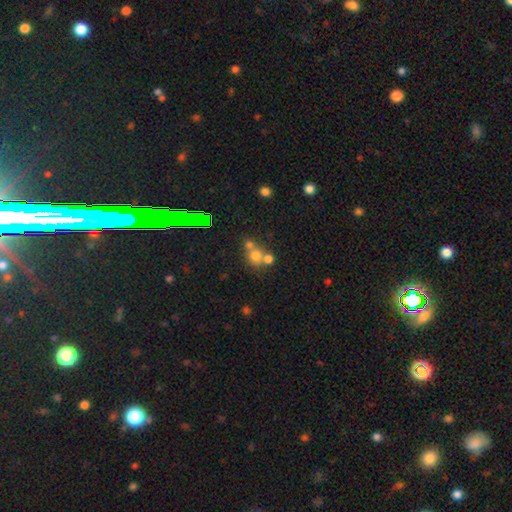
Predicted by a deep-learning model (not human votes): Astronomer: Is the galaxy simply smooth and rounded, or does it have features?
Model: smooth — 68%.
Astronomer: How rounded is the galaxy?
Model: round — 81%.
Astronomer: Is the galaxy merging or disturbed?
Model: none — 44%, tied with merger at 44%.